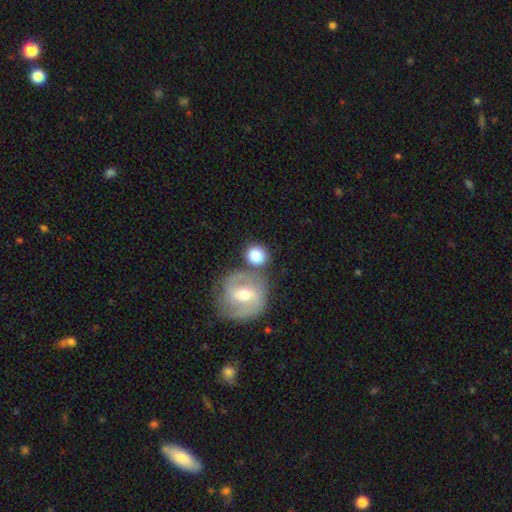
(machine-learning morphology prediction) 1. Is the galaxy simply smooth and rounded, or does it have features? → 76% smooth, 18% featured or disk, 6% star or artifact.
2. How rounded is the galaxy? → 83% round, 16% in between, 1% cigar-shaped.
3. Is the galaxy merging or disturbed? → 60% none, 21% merger, 13% minor disturbance, 5% major disturbance.